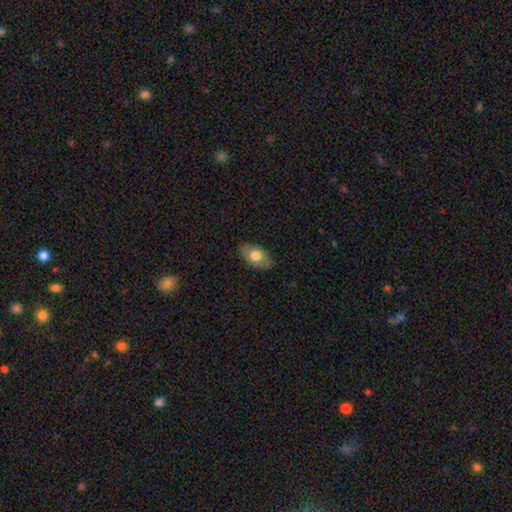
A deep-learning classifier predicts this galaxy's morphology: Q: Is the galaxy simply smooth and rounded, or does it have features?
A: smooth — 71%.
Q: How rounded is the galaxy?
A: in between — 92%.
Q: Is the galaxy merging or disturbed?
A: none — 85%.